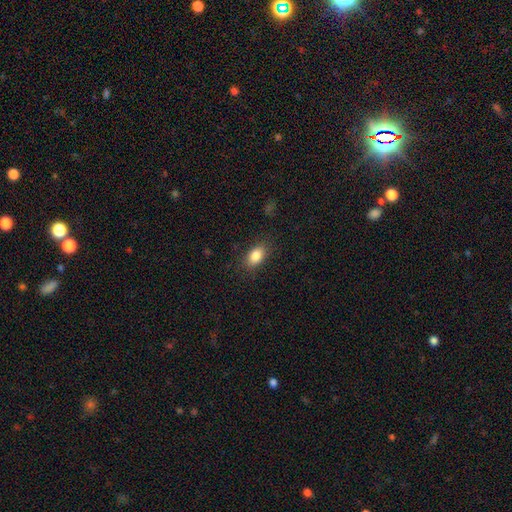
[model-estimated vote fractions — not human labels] Smooth or featured: smooth — 85% (star or artifact — 8%)
How rounded: in between — 87% (round — 10%)
Merging: none — 85% (minor disturbance — 11%)